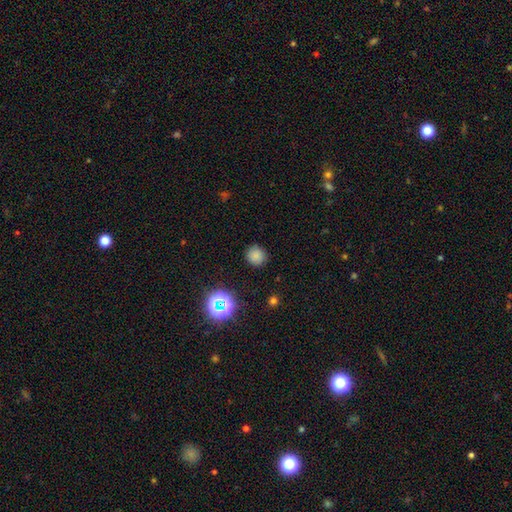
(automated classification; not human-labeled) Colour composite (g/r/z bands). It shows a smooth galaxy with no disk features (79%) that is round (91%). Merging: none (88%).